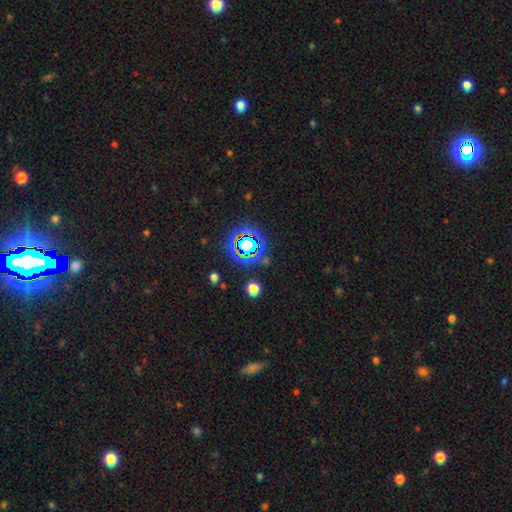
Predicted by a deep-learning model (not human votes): Smooth or featured?
  - star or artifact: 77% *
  - smooth: 15%
  - featured or disk: 9%